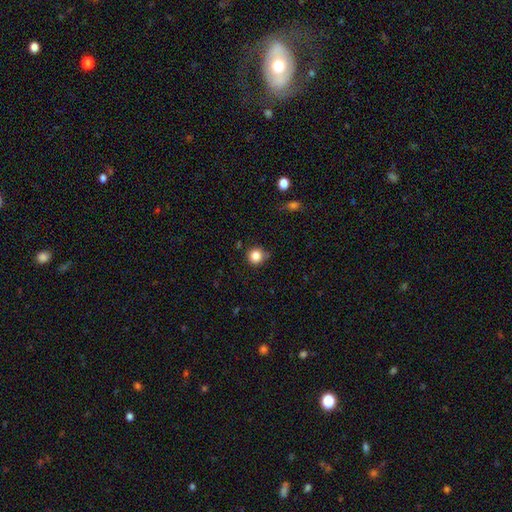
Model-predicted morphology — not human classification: smooth-or-featured: smooth: 85% | star or artifact: 11% | featured or disk: 4%
  how-rounded: round: 92% | in between: 7% | cigar-shaped: 1%
  merging: none: 80% | minor disturbance: 14% | major disturbance: 3% | merger: 3%